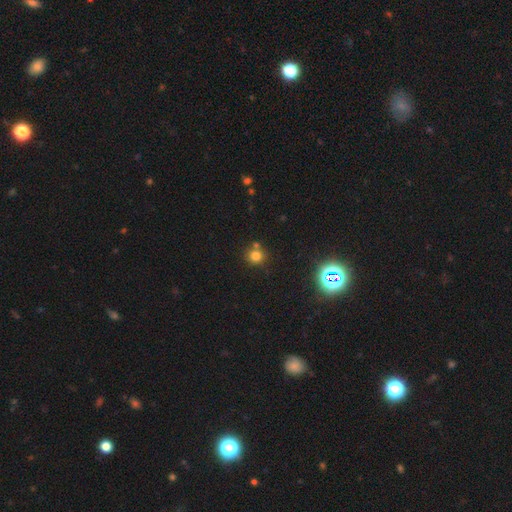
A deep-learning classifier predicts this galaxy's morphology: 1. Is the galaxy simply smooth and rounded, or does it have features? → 74% smooth, 19% star or artifact, 7% featured or disk.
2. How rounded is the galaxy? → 90% round, 9% in between, 1% cigar-shaped.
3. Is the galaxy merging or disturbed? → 69% none, 19% merger, 9% minor disturbance, 3% major disturbance.